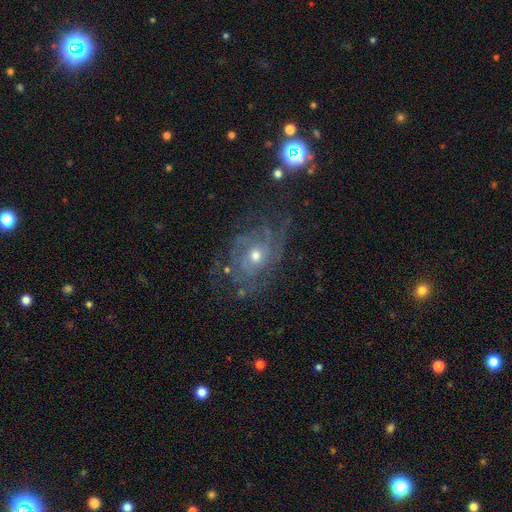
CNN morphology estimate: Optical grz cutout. It shows a featured or disk galaxy (78%) with no bar (81%), tight (54%) spiral arms (84%) and a moderate central bulge (52%). Merging: none (62%).